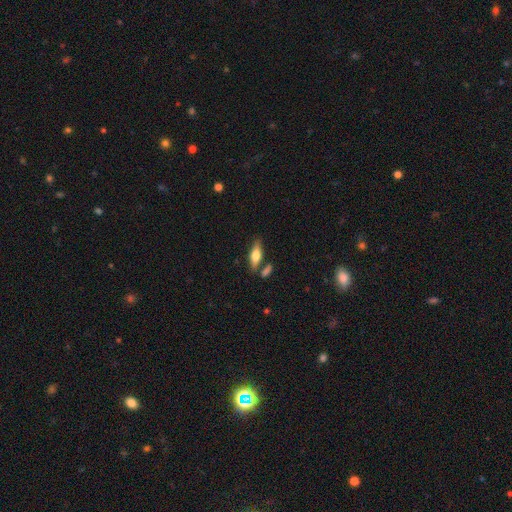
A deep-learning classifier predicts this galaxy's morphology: This appears to be a smooth galaxy with no disk features (57%) that is in between round and cigar-shaped (58%). Merging: none (73%).